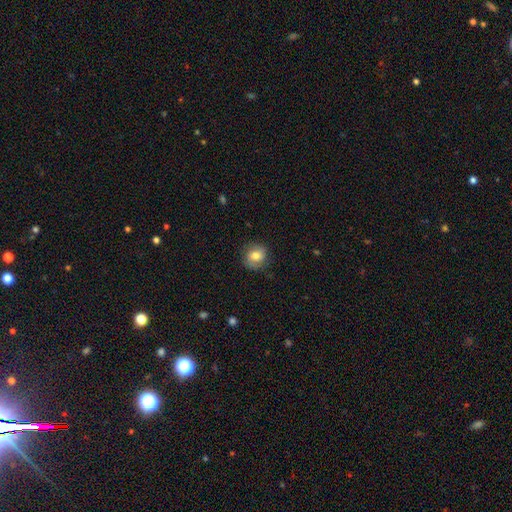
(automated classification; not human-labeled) A smooth galaxy with no disk features (70%) that is round (75%).

Vote fractions:
- Smooth or featured? smooth: 70% / featured or disk: 21% / star or artifact: 8%
- How rounded? round: 75% / in between: 24% / cigar-shaped: 1%
- Merging? none: 80% / minor disturbance: 14% / major disturbance: 4% / merger: 1%